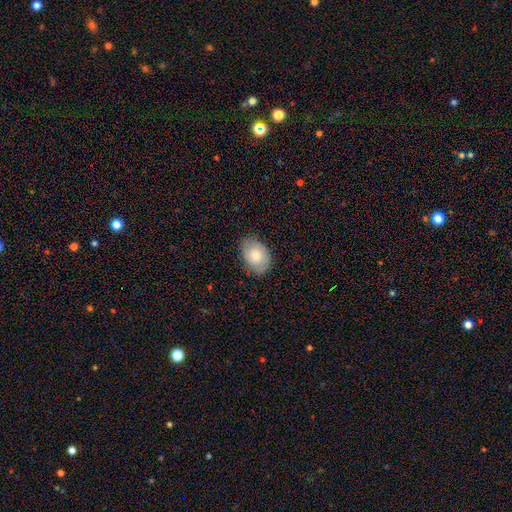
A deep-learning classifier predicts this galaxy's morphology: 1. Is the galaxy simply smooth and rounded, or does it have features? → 75% smooth, 19% featured or disk, 7% star or artifact.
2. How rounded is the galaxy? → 82% in between, 17% round, 1% cigar-shaped.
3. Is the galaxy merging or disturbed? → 78% none, 18% minor disturbance, 3% major disturbance, 1% merger.